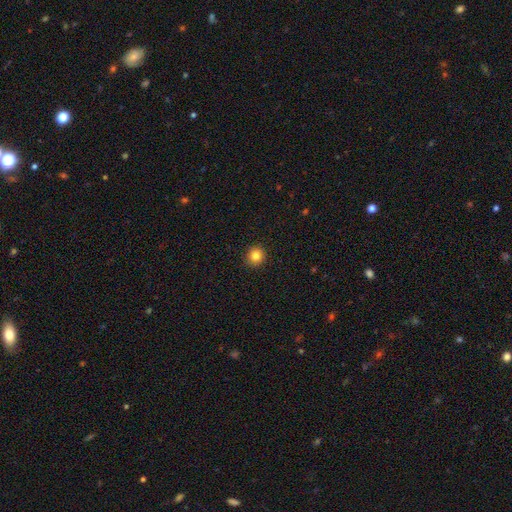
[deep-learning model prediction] The model was most divided on "smooth or featured": smooth: 83%, star or artifact: 11%, featured or disk: 6%. More confident: merging — none (92%); how rounded — round (92%).